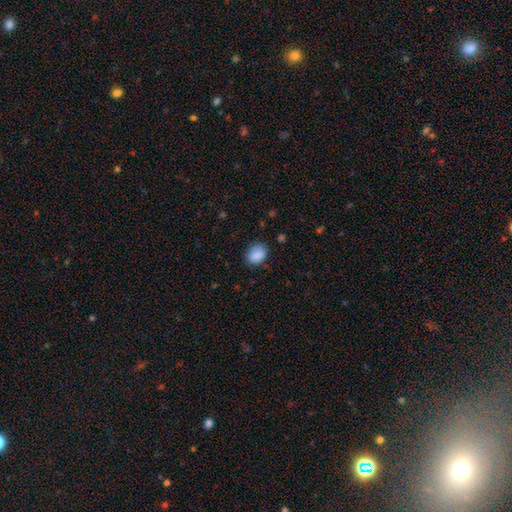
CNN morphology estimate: smooth_or_featured: smooth (p=0.89) [alt: star or artifact p=0.07]
how_rounded: in between (p=0.68) [alt: round p=0.31]
merging: none (p=0.78) [alt: minor disturbance p=0.17]